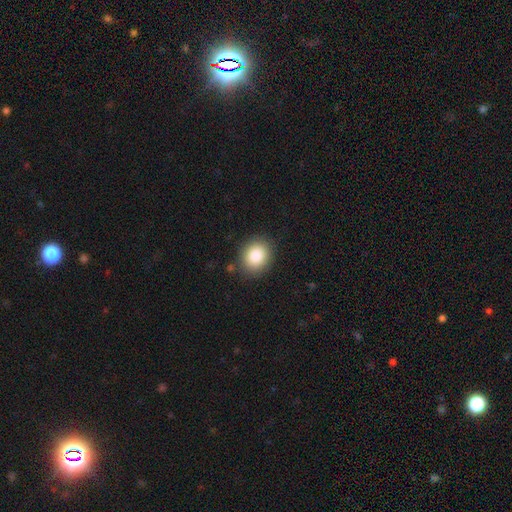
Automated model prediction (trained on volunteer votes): A smooth galaxy with no disk features (86%) that is round (62%).

Vote fractions:
- Smooth or featured? smooth: 86% / star or artifact: 8% / featured or disk: 6%
- How rounded? round: 62% / in between: 37% / cigar-shaped: 1%
- Merging? none: 87% / minor disturbance: 9% / major disturbance: 3% / merger: 2%